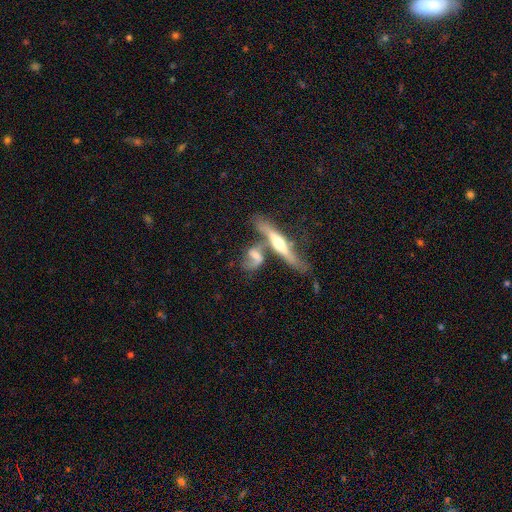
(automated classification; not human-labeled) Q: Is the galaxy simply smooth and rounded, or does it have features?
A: featured or disk — 71%.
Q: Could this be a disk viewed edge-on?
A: yes — 51%.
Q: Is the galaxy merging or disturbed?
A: merger — 45%.